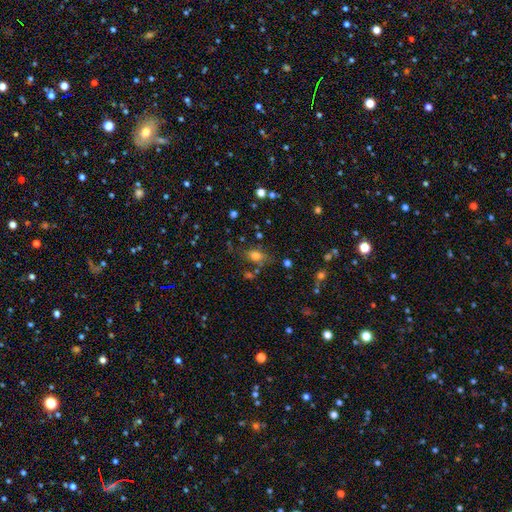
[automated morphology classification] Overall: smooth (69%). How rounded: in between (75%). Merging: none (69%).